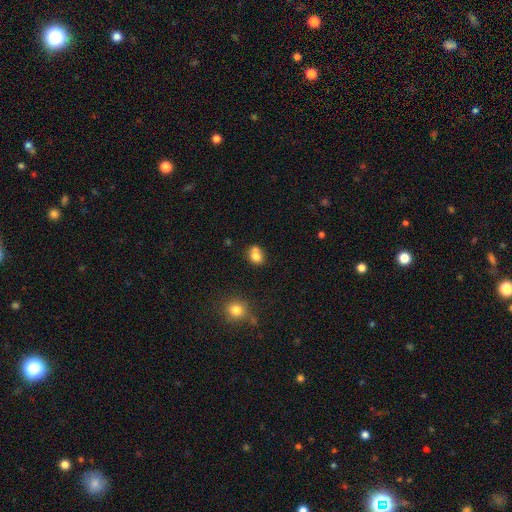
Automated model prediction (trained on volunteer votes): smooth 76%, featured or disk 13%, star or artifact 11%. Down the decision tree: how rounded — round (57%); merging — merger (42%).